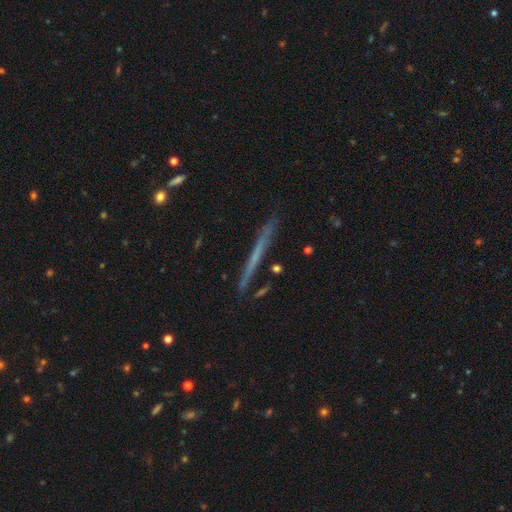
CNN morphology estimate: Smooth or featured?
  - featured or disk: 51% *
  - smooth: 41%
  - star or artifact: 8%
Edge-on disk?
  - yes: 96% *
  - no: 4%
Merging?
  - none: 88% *
  - minor disturbance: 8%
  - major disturbance: 2%
  - merger: 2%